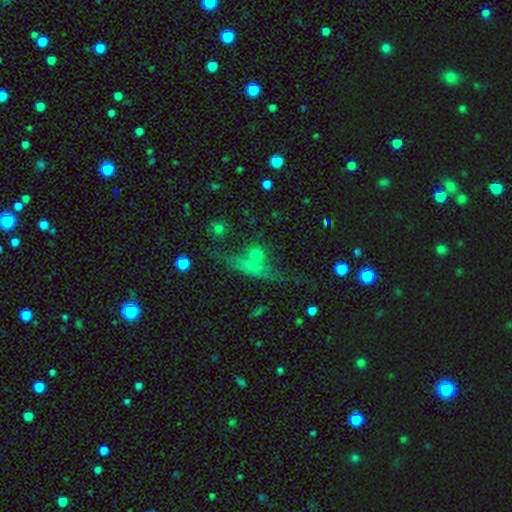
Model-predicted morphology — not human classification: Smooth or featured? Predicted: smooth (p=0.54). How rounded? Predicted: round (p=0.42). Merging? Predicted: none (p=0.57).